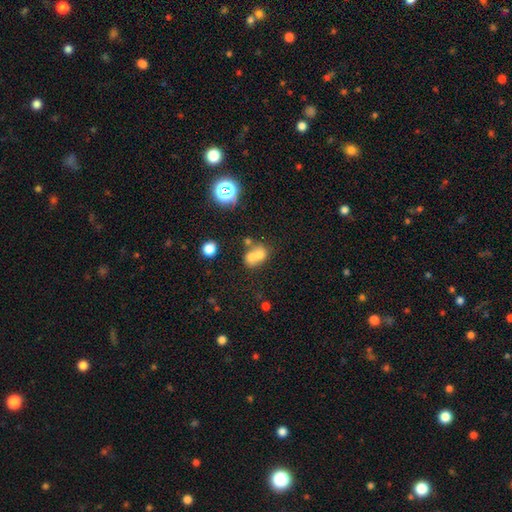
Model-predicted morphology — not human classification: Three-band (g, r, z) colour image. It shows a smooth galaxy with no disk features (65%) that is round (54%). Merging: merger (64%).